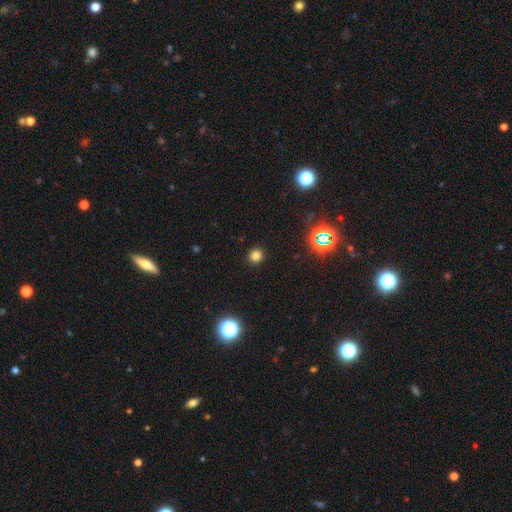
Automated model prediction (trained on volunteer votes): This is likely a smooth galaxy (76%). How rounded: clearly round (88%). Merging: clearly none (91%).